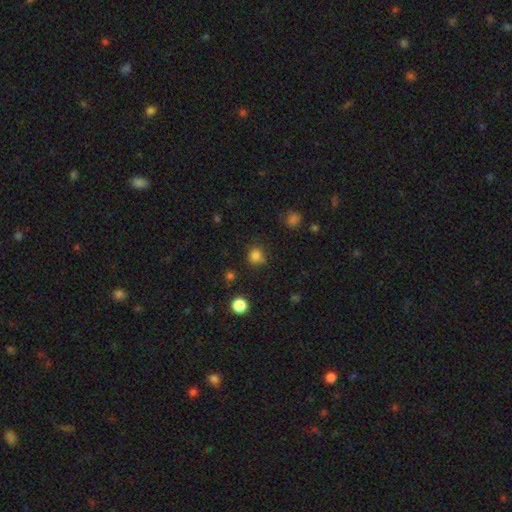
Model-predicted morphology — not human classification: This appears to be a smooth galaxy with no disk features (80%) that is round (87%). Merging: none (74%).